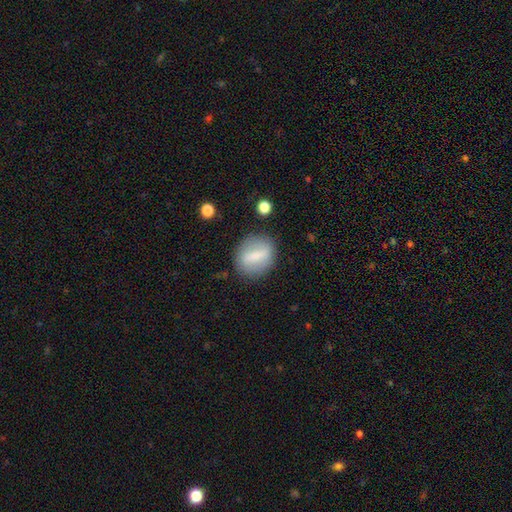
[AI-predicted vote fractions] Smooth or featured? Predicted: smooth (p=0.59). How rounded? Predicted: in between (p=0.47, tied with round). Merging? Predicted: none (p=0.81).